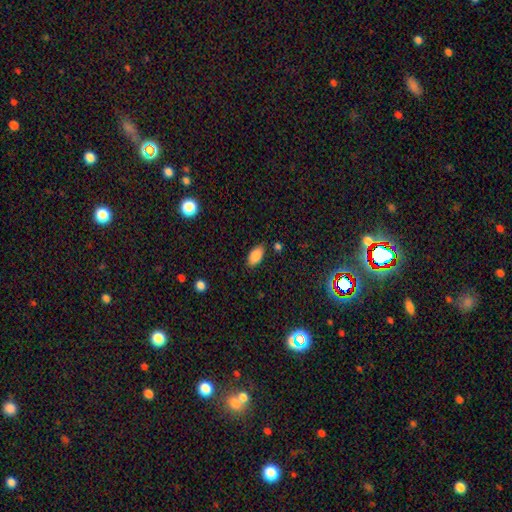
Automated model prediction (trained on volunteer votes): smooth_or_featured: smooth (p=0.86) [alt: star or artifact p=0.08]
how_rounded: in between (p=0.93) [alt: cigar-shaped p=0.04]
merging: none (p=0.82) [alt: minor disturbance p=0.13]